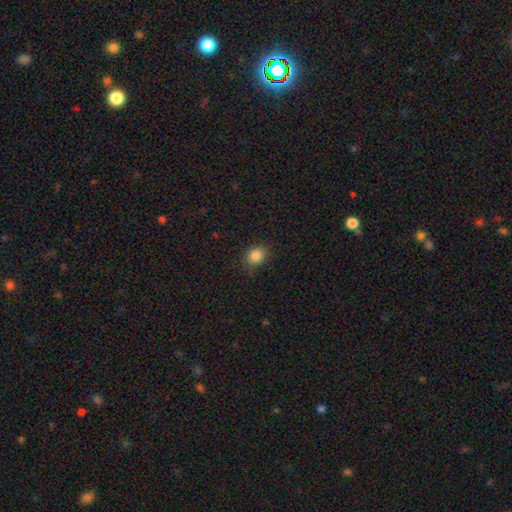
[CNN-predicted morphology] Q: Smooth or featured?
A: smooth (85%); runner-up: star or artifact (11%)
Q: How rounded?
A: round (55%); runner-up: in between (44%)
Q: Merging?
A: none (82%); runner-up: minor disturbance (13%)